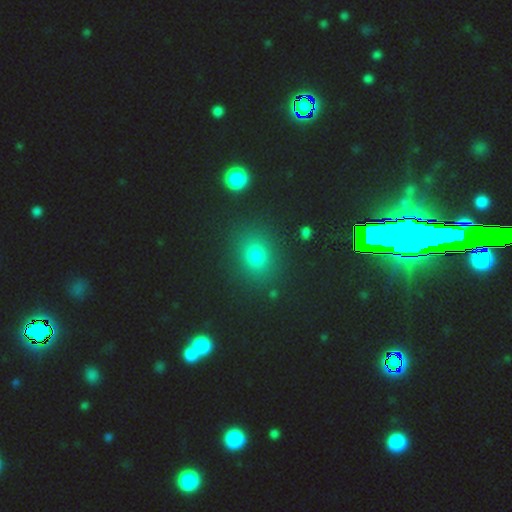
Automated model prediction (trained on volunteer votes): smooth_or_featured: smooth (p=0.73) [alt: star or artifact p=0.21]
how_rounded: round (p=0.66) [alt: in between p=0.33]
merging: none (p=0.85) [alt: minor disturbance p=0.08]